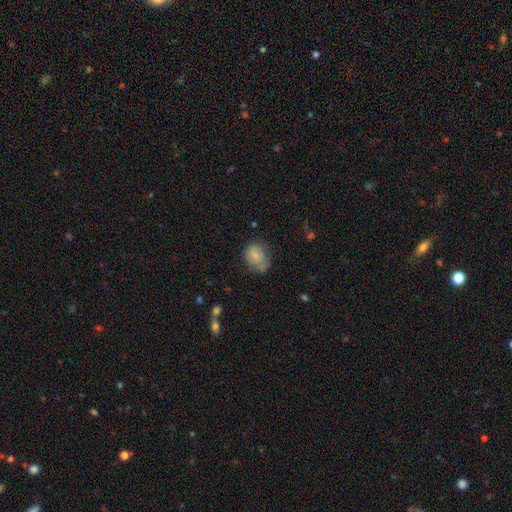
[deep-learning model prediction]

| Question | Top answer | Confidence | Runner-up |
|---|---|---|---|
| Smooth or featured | smooth | 76% | featured or disk (16%) |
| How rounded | in between | 59% | round (40%) |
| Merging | none | 47% | minor disturbance (34%) |